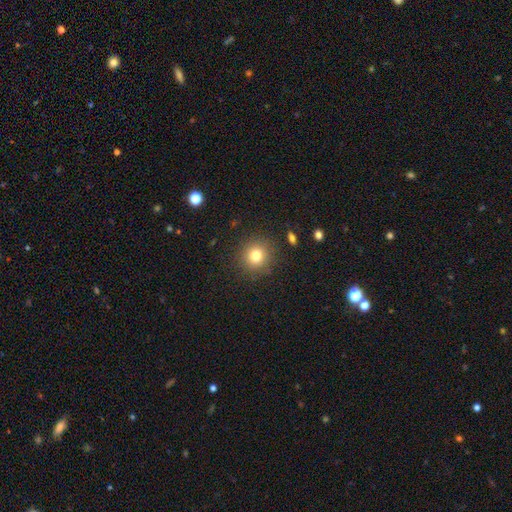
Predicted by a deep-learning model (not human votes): smooth 79%, star or artifact 13%, featured or disk 8%. Down the decision tree: how rounded — round (92%); merging — none (89%).